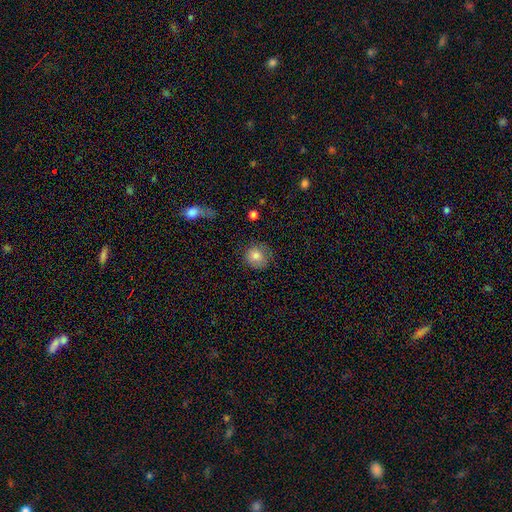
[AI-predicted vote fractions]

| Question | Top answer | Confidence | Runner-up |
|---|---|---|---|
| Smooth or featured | smooth | 81% | star or artifact (9%) |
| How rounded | round | 87% | in between (12%) |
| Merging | none | 76% | minor disturbance (17%) |